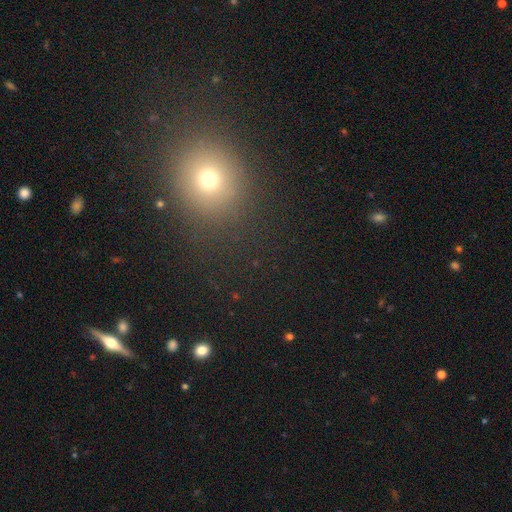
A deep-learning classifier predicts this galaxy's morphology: smooth 60%, star or artifact 33%, featured or disk 7%. Down the decision tree: how rounded — round (78%); merging — none (90%).